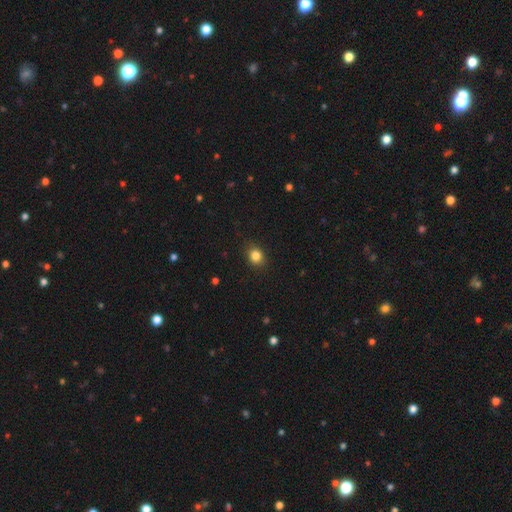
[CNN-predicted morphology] Smooth or featured: smooth — 84% (star or artifact — 11%)
How rounded: round — 64% (in between — 35%)
Merging: none — 87% (minor disturbance — 10%)